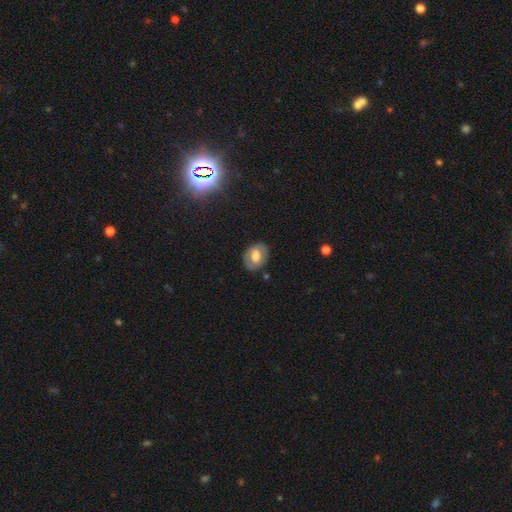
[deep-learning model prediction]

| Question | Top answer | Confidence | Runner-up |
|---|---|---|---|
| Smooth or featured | smooth | 56% | featured or disk (36%) |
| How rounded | in between | 70% | round (29%) |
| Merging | none | 82% | minor disturbance (13%) |